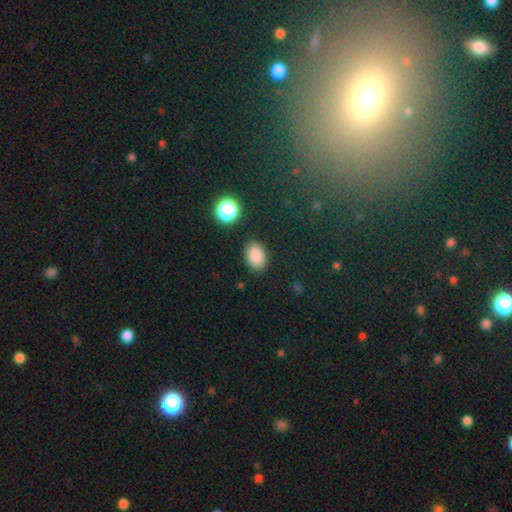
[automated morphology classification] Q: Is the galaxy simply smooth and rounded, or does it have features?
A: smooth — 86%.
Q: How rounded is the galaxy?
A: in between — 83%.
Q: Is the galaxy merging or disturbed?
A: none — 86%.